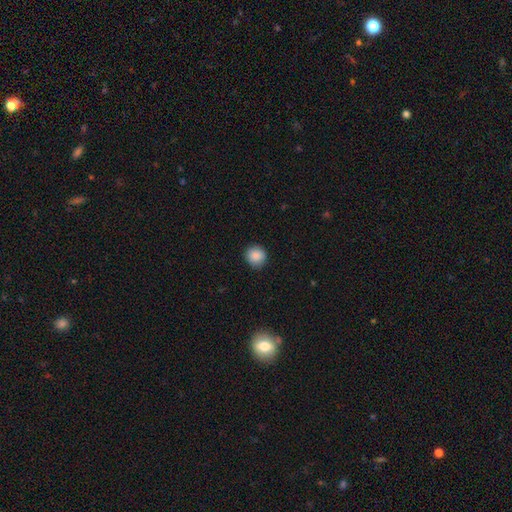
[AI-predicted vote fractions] smooth 88%, star or artifact 8%, featured or disk 3%. Down the decision tree: how rounded — round (90%); merging — none (88%).